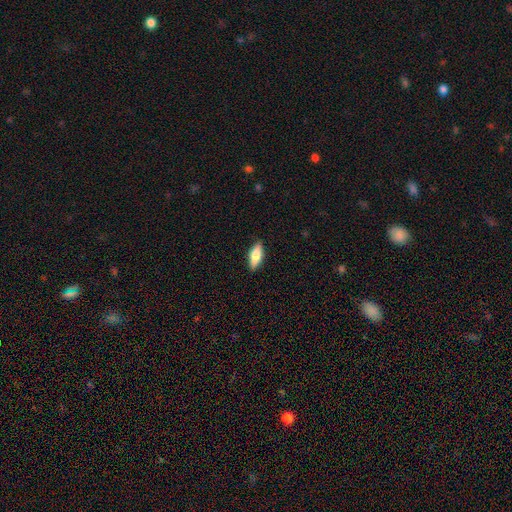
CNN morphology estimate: Overall: smooth (75%). How rounded: in between (72%). Merging: none (88%).